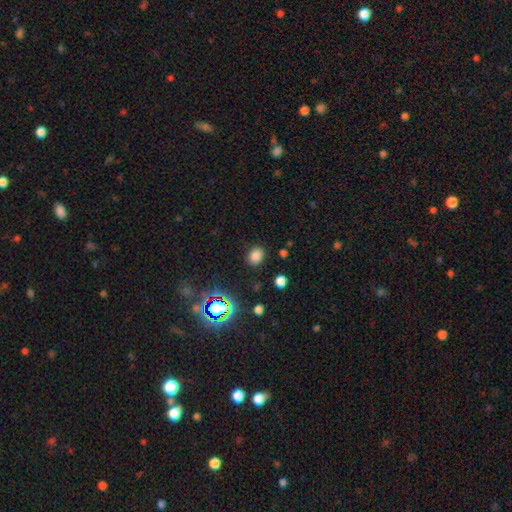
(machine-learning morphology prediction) A smooth galaxy with no disk features (77%) that is in between round and cigar-shaped (54%).

Vote fractions:
- Smooth or featured? smooth: 77% / star or artifact: 18% / featured or disk: 5%
- How rounded? in between: 54% / round: 45% / cigar-shaped: 1%
- Merging? none: 84% / minor disturbance: 10% / major disturbance: 4% / merger: 2%